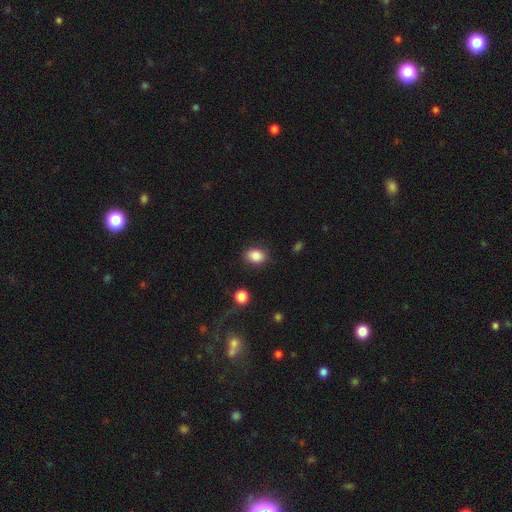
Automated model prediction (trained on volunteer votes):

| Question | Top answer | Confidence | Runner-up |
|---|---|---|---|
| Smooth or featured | smooth | 86% | star or artifact (9%) |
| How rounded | in between | 66% | round (32%) |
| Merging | none | 85% | minor disturbance (11%) |